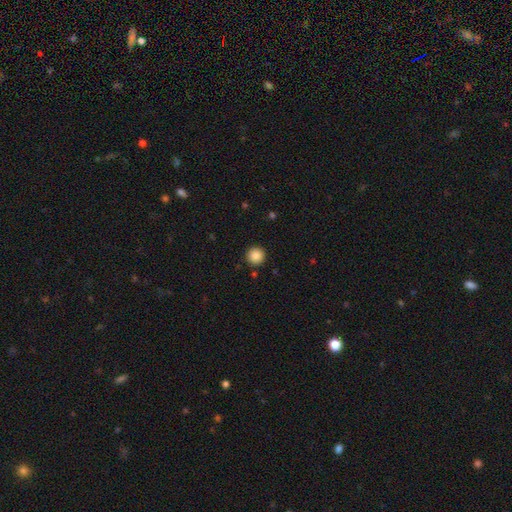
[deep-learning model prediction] This is clearly a smooth galaxy (87%). How rounded: clearly round (96%). Merging: clearly none (92%).